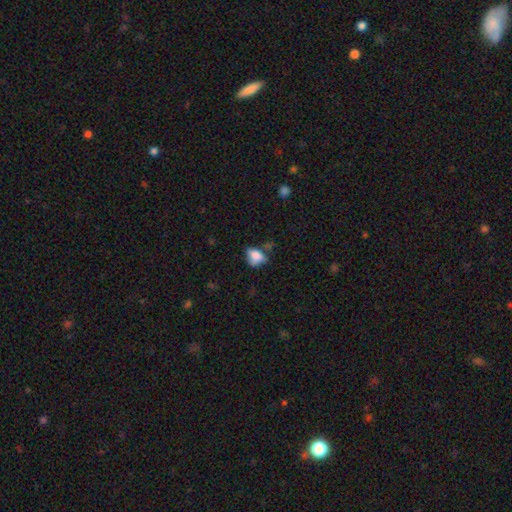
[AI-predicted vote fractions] smooth_or_featured: smooth (p=0.71) [alt: featured or disk p=0.18]
how_rounded: in between (p=0.77) [alt: round p=0.20]
merging: none (p=0.38) [alt: minor disturbance p=0.33]